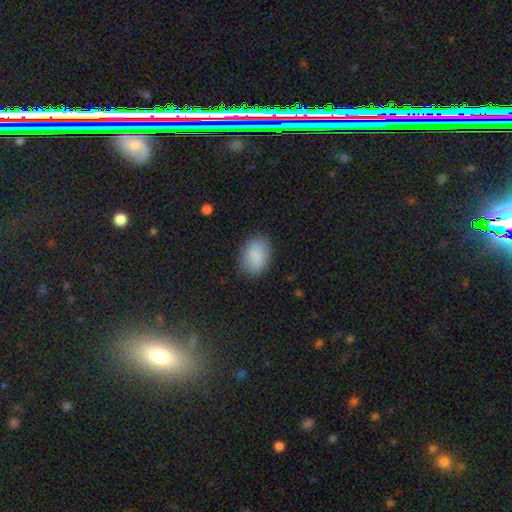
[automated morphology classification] A smooth galaxy with no disk features (80%) that is in between round and cigar-shaped (82%).

Vote fractions:
- Smooth or featured? smooth: 80% / featured or disk: 13% / star or artifact: 7%
- How rounded? in between: 82% / round: 17% / cigar-shaped: 1%
- Merging? none: 84% / minor disturbance: 11% / major disturbance: 3% / merger: 1%